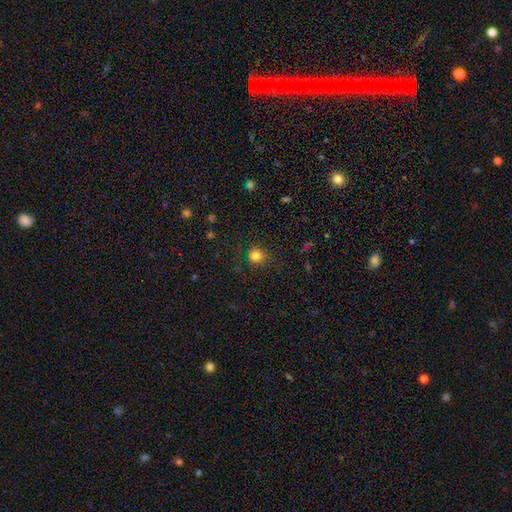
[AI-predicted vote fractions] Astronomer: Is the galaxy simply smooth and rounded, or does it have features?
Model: smooth — 81%.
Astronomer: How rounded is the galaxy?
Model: round — 90%.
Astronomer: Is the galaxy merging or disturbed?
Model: none — 85%.